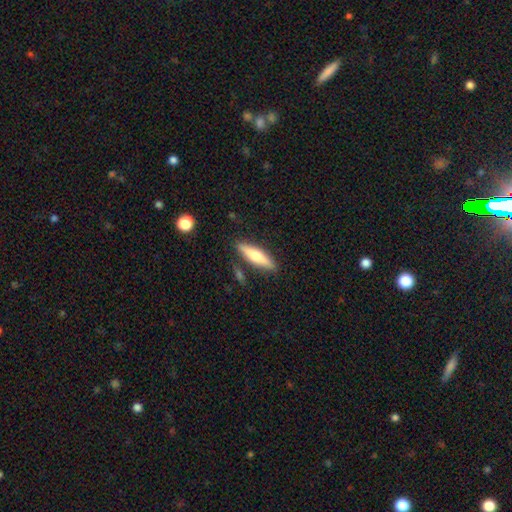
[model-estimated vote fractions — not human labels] A smooth galaxy with no disk features (62%) that is cigar-shaped (77%).

Vote fractions:
- Smooth or featured? smooth: 62% / featured or disk: 32% / star or artifact: 6%
- How rounded? cigar-shaped: 77% / in between: 21% / round: 2%
- Merging? none: 84% / minor disturbance: 10% / merger: 3% / major disturbance: 2%